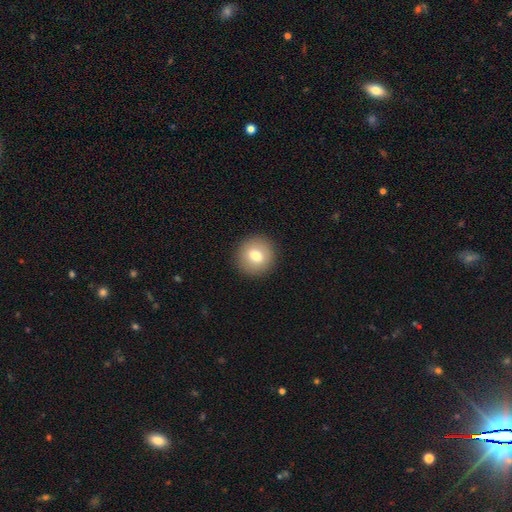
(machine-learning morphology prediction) Smooth or featured: smooth — 74% (featured or disk — 17%)
How rounded: round — 90% (in between — 9%)
Merging: none — 91% (minor disturbance — 6%)